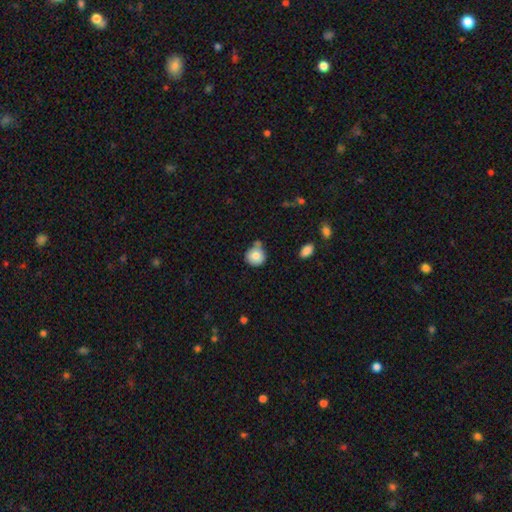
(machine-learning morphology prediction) This is clearly a smooth galaxy (80%). How rounded: clearly round (89%). Merging: possibly none (60%).